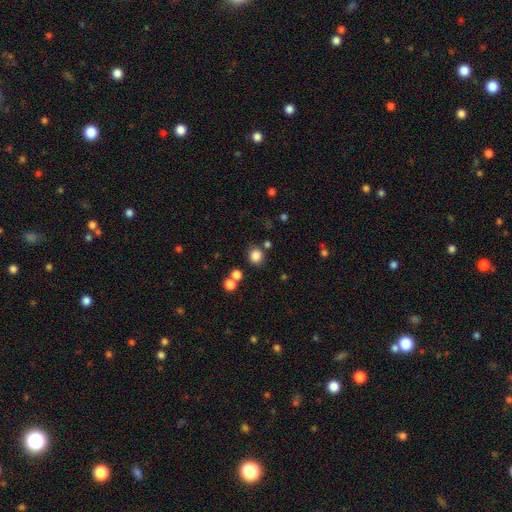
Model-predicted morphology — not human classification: smooth-or-featured: smooth: 83% | star or artifact: 13% | featured or disk: 5%
  how-rounded: round: 89% | in between: 10% | cigar-shaped: 1%
  merging: none: 80% | merger: 9% | minor disturbance: 8% | major disturbance: 3%